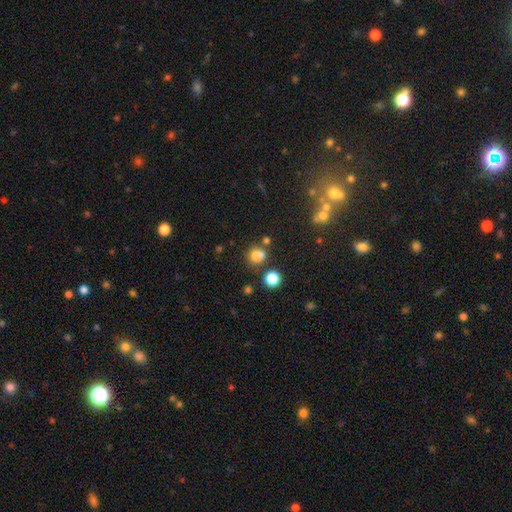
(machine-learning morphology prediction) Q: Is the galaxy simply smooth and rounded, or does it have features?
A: smooth — 75%.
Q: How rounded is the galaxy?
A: round — 75%.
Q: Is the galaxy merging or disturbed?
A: none — 61%.